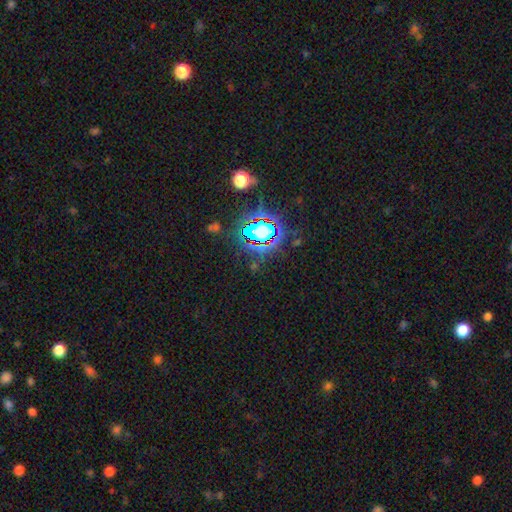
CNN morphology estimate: This appears to be a star or artifact, not a galaxy (81%).